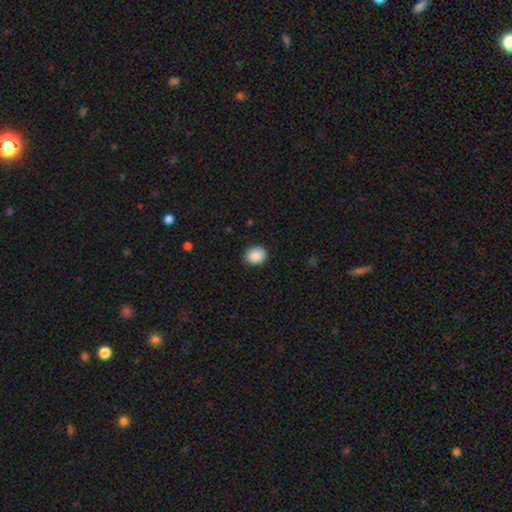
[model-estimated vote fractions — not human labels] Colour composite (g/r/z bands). It shows a smooth galaxy with no disk features (89%) that is round (60%). Merging: none (86%).